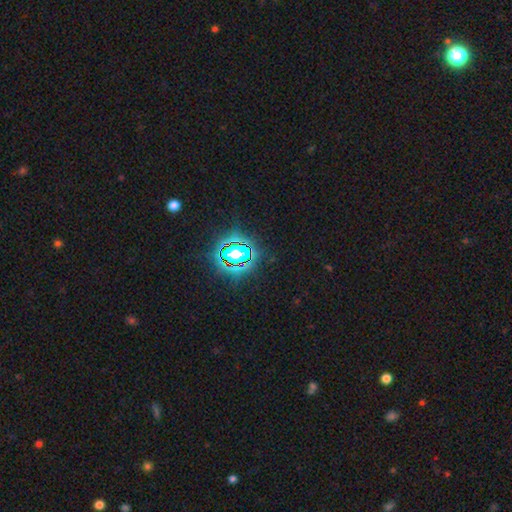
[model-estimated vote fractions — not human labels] Q: Smooth or featured?
A: star or artifact (82%); runner-up: smooth (12%)